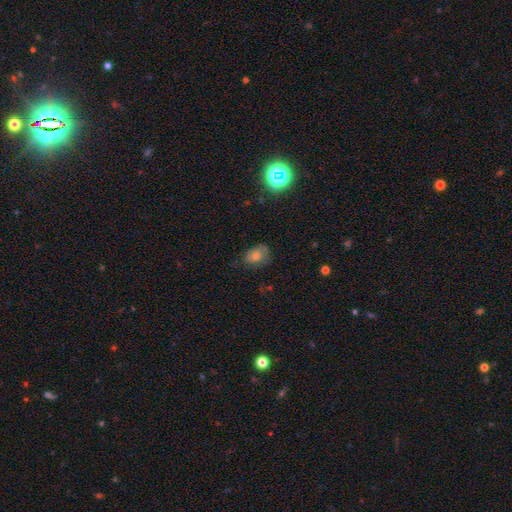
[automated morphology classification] Smooth or featured? smooth (62%)
How rounded? in between (61%)
Merging? none (66%)